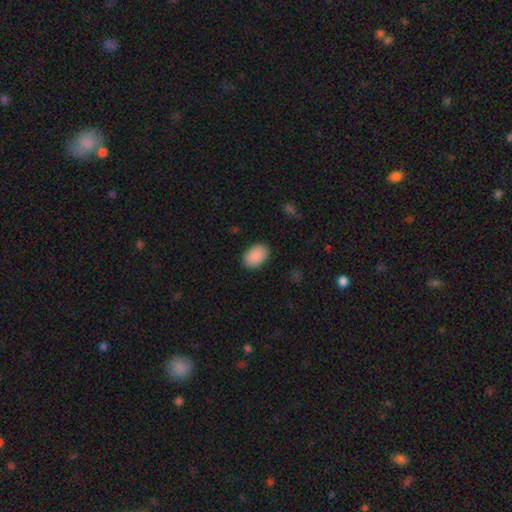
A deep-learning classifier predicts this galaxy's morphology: type=smooth (91%); roundness=in between (88%); merging=none (87%).